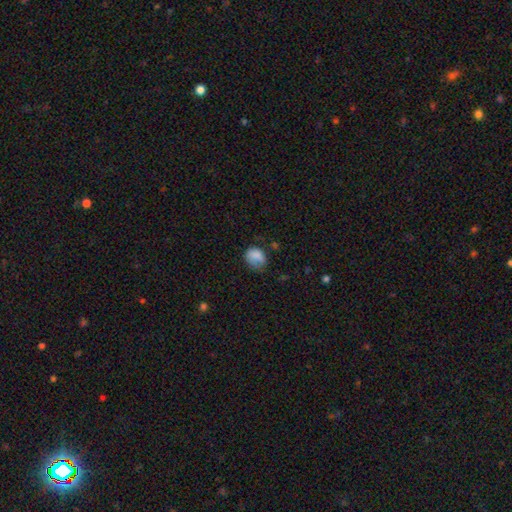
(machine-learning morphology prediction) This is clearly a smooth galaxy (81%). How rounded: possibly in between (56%). Merging: possibly none (46%).